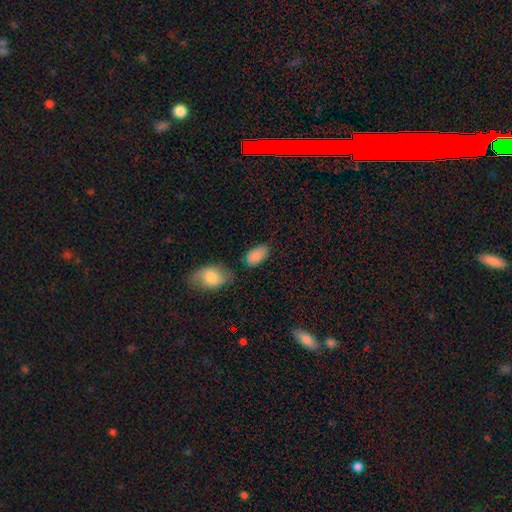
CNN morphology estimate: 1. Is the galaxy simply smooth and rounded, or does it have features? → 86% smooth, 7% star or artifact, 7% featured or disk.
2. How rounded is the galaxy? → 94% in between, 4% round, 2% cigar-shaped.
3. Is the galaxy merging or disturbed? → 69% none, 18% minor disturbance, 8% merger, 5% major disturbance.